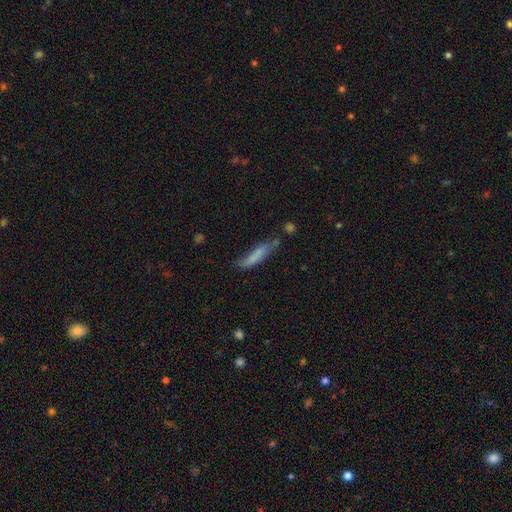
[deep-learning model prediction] smooth_or_featured: smooth (p=0.75) [alt: featured or disk p=0.18]
how_rounded: cigar-shaped (p=0.80) [alt: in between p=0.18]
merging: none (p=0.50) [alt: minor disturbance p=0.30]